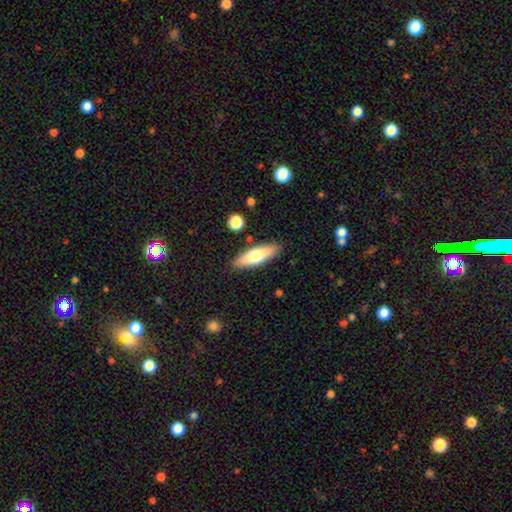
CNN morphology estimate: Smooth or featured? Predicted: smooth (p=0.66). How rounded? Predicted: cigar-shaped (p=0.52). Merging? Predicted: none (p=0.87).